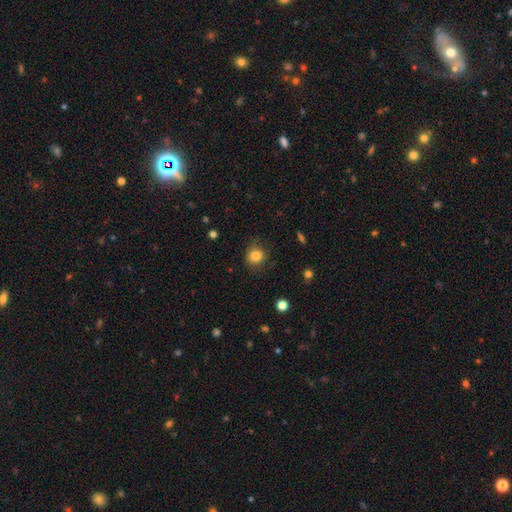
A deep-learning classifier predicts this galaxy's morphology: The model was most divided on "merging": none: 80%, minor disturbance: 14%, major disturbance: 4%, merger: 1%. More confident: how rounded — round (86%); smooth or featured — smooth (82%).